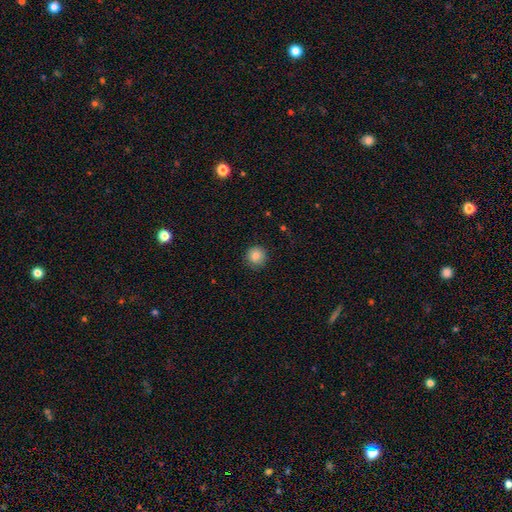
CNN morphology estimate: Smooth or featured: smooth — 85% (star or artifact — 10%)
How rounded: round — 94% (in between — 5%)
Merging: none — 88% (minor disturbance — 9%)